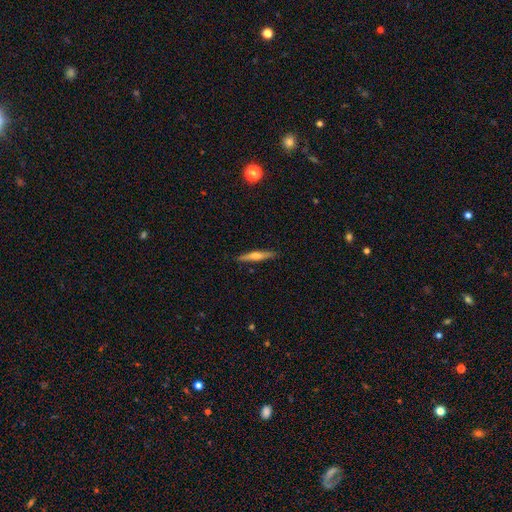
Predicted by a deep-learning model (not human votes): Smooth or featured? featured or disk (52%)
Edge-on disk? yes (96%)
Edge-on bulge? rounded (81%)
Merging? none (90%)